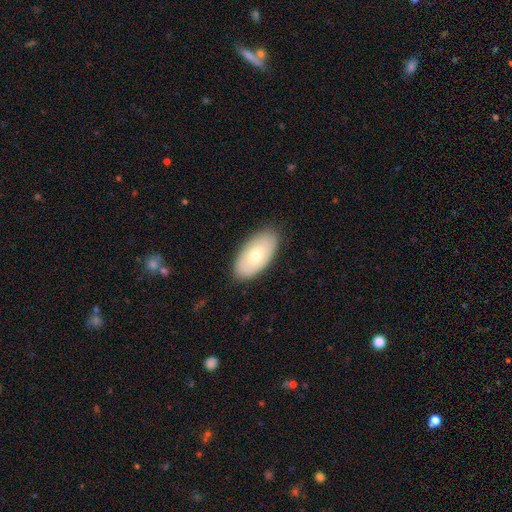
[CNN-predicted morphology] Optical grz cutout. It shows a smooth galaxy with no disk features (63%) that is in between round and cigar-shaped (94%). Merging: none (85%).